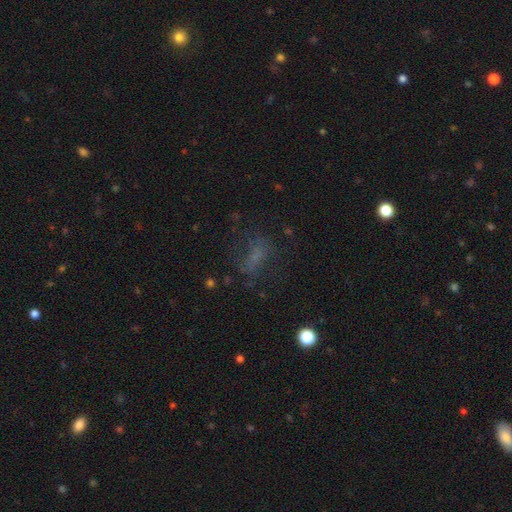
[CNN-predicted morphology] type=smooth (46%); merging=none (55%).